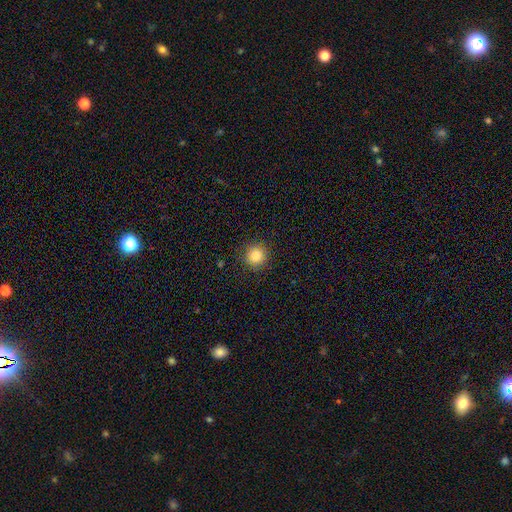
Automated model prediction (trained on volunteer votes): Smooth or featured? smooth (84%)
How rounded? round (93%)
Merging? none (90%)